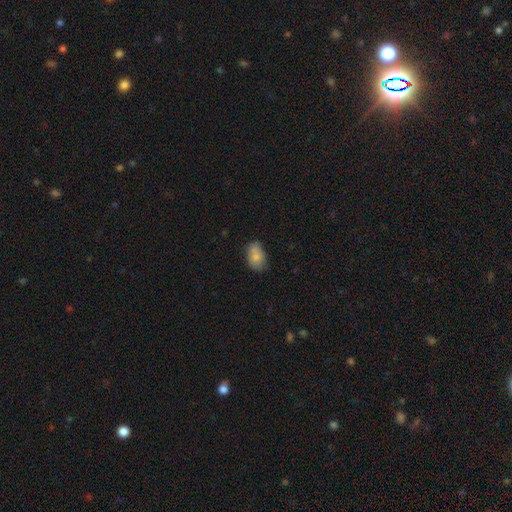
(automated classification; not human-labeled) smooth-or-featured: smooth: 79% | featured or disk: 13% | star or artifact: 8%
  how-rounded: in between: 85% | round: 14% | cigar-shaped: 1%
  merging: none: 62% | minor disturbance: 24% | merger: 9% | major disturbance: 5%